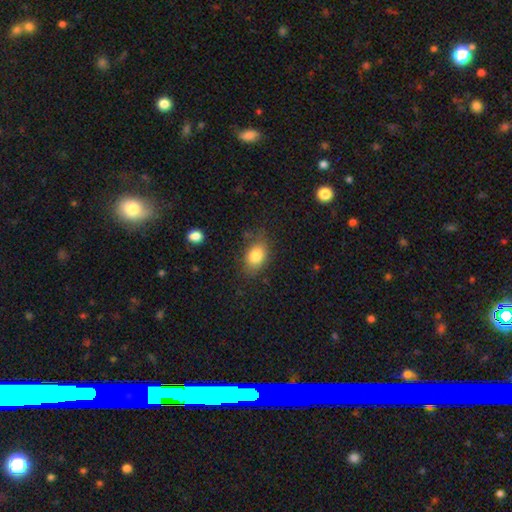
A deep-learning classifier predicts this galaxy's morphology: A smooth galaxy with no disk features (82%) that is in between round and cigar-shaped (75%). Merging: none (72%).